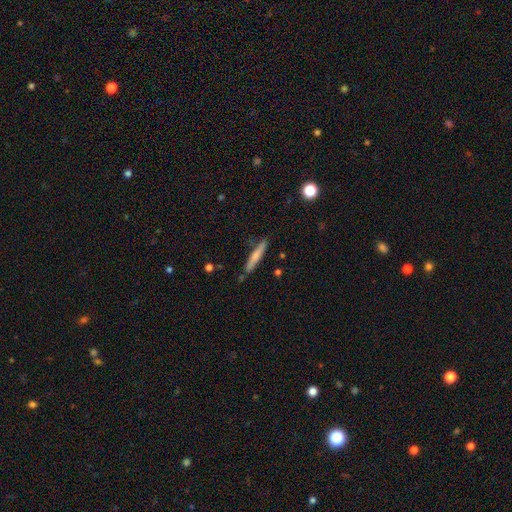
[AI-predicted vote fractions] This appears to be a smooth galaxy with no disk features (67%) that is cigar-shaped (93%). Merging: none (82%).